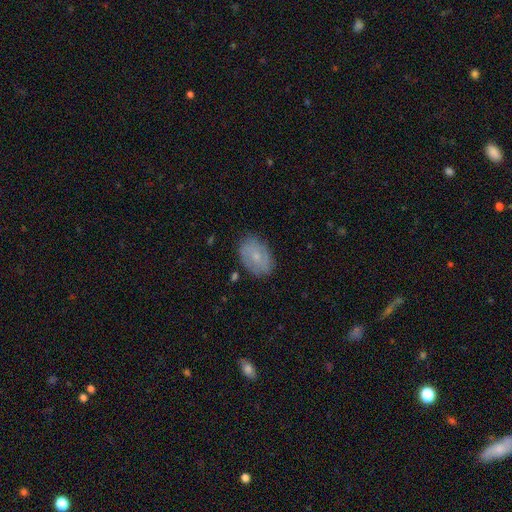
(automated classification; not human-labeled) A smooth galaxy with no disk features (56%) that is in between round and cigar-shaped (83%). Merging: none (79%).